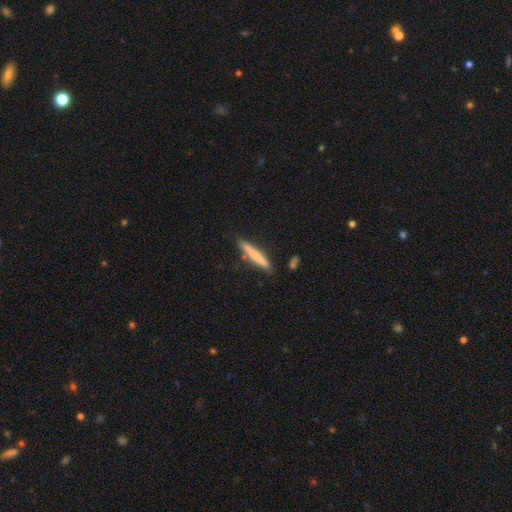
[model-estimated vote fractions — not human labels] smooth_or_featured: smooth (p=0.66) [alt: featured or disk p=0.29]
how_rounded: cigar-shaped (p=0.95) [alt: in between p=0.04]
merging: none (p=0.85) [alt: minor disturbance p=0.10]